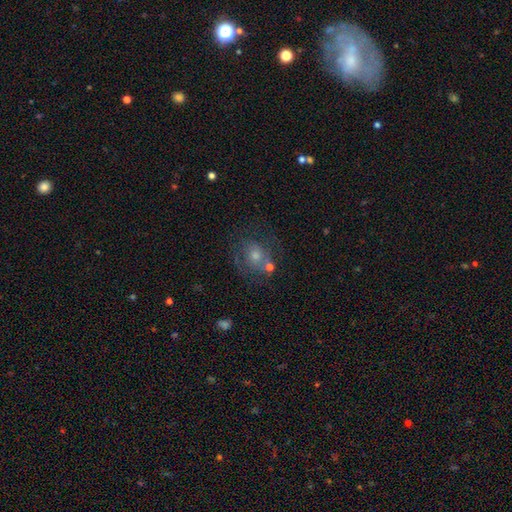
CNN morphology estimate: Overall: featured or disk (48%; smooth 33%). Merging: none (67%).